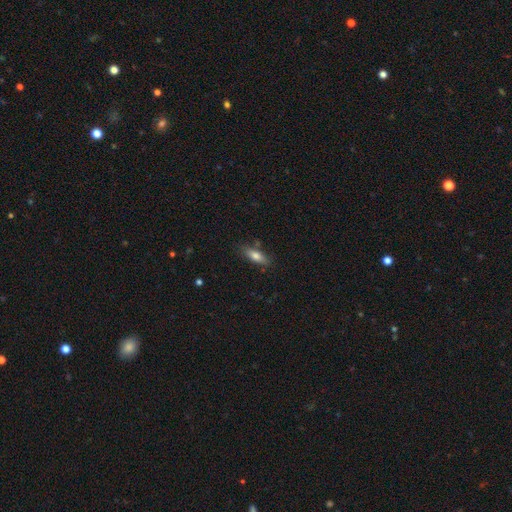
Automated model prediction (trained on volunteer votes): smooth 74%, featured or disk 18%, star or artifact 7%. Down the decision tree: how rounded — in between (61%); merging — none (76%).